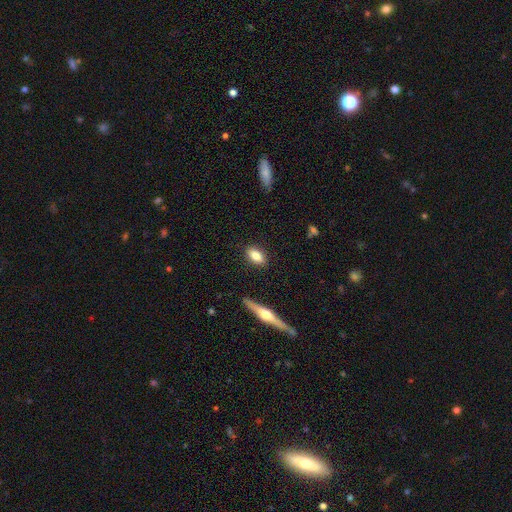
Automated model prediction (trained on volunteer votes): Q: Smooth or featured?
A: smooth (79%); runner-up: featured or disk (14%)
Q: How rounded?
A: in between (84%); runner-up: round (8%)
Q: Merging?
A: none (88%); runner-up: minor disturbance (8%)